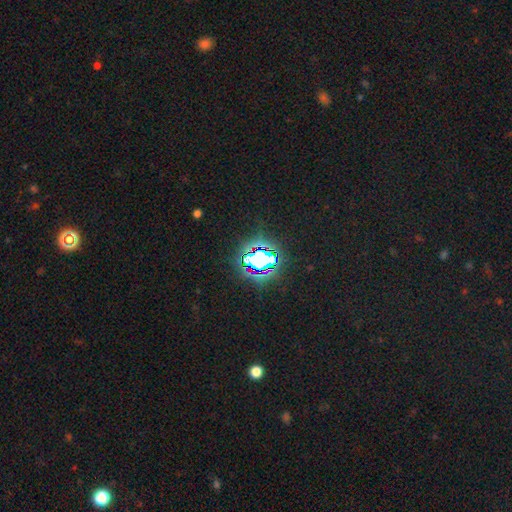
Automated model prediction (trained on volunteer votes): This appears to be a star or artifact, not a galaxy (82%).